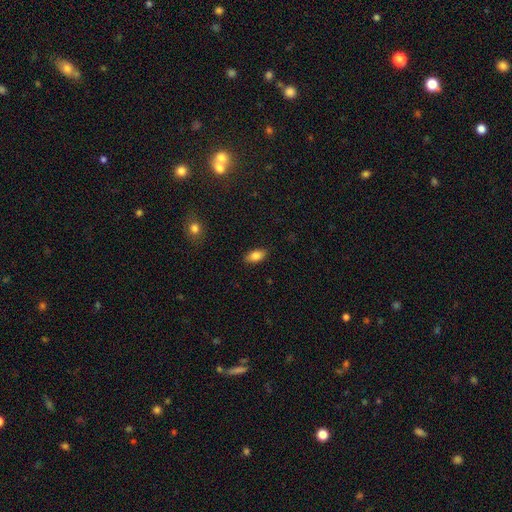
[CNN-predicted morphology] smooth-or-featured: smooth: 83% | featured or disk: 10% | star or artifact: 8%
  how-rounded: in between: 90% | cigar-shaped: 6% | round: 4%
  merging: none: 87% | minor disturbance: 10% | major disturbance: 2% | merger: 1%